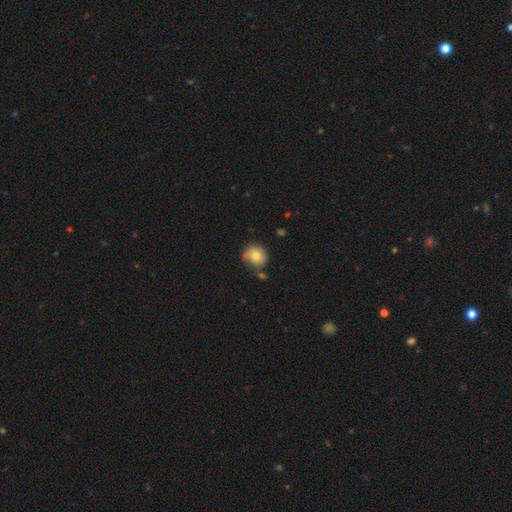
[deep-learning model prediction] This appears to be a smooth galaxy with no disk features (65%) that is round (78%). Merging: none (54%).